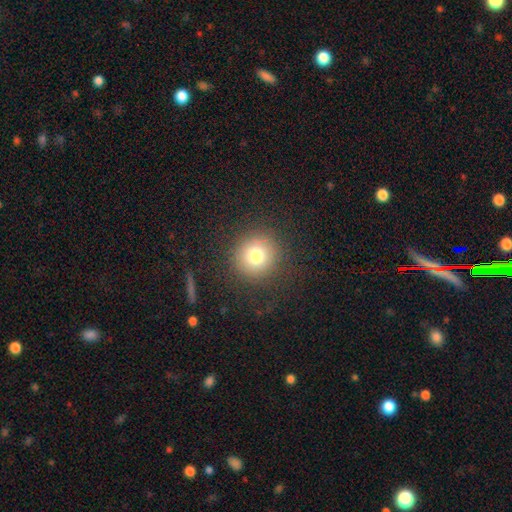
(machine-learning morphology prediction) Smooth or featured: smooth — 76% (star or artifact — 14%)
How rounded: round — 93% (in between — 6%)
Merging: none — 86% (minor disturbance — 8%)